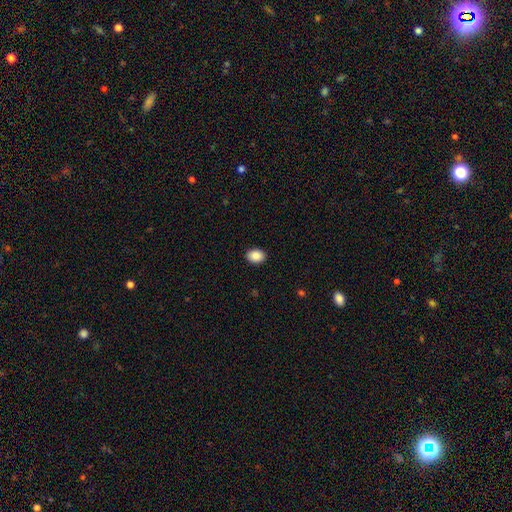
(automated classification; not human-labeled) smooth_or_featured: smooth (p=0.89) [alt: star or artifact p=0.08]
how_rounded: in between (p=0.66) [alt: round p=0.33]
merging: none (p=0.91) [alt: minor disturbance p=0.07]